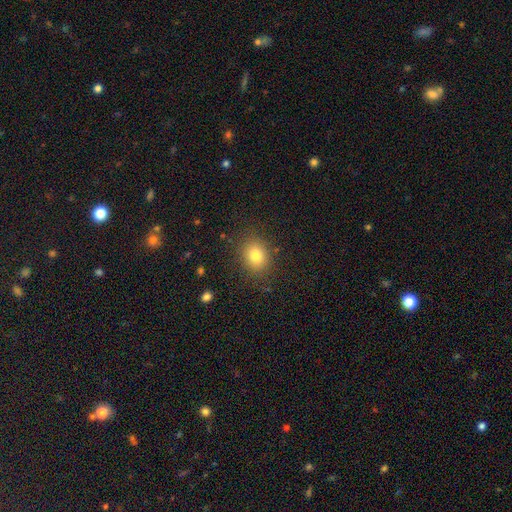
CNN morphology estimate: type=smooth (80%); roundness=round (55%); merging=none (86%).